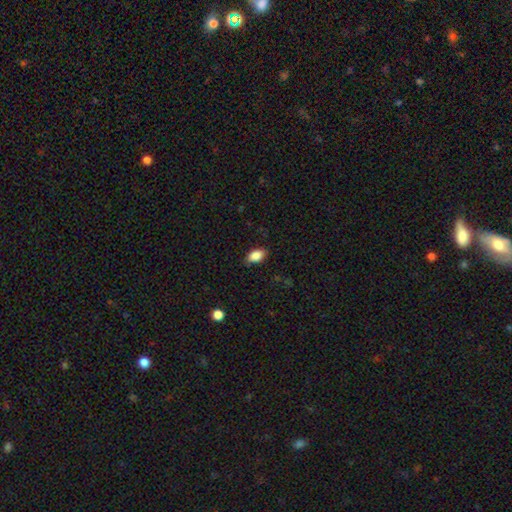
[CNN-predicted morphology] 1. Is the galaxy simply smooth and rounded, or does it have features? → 87% smooth, 8% star or artifact, 5% featured or disk.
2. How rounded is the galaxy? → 90% in between, 7% round, 3% cigar-shaped.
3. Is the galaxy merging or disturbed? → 84% none, 13% minor disturbance, 3% major disturbance, 1% merger.